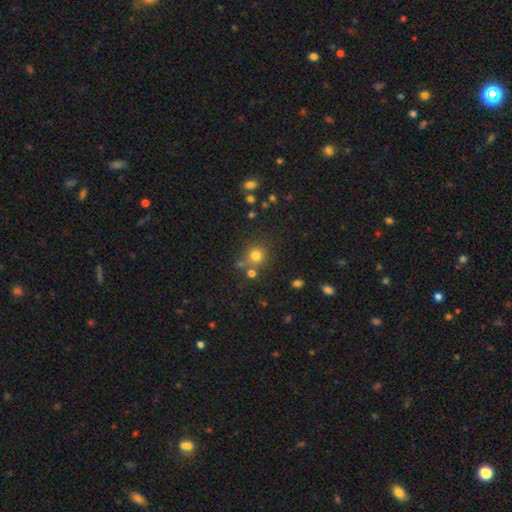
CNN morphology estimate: The model was most divided on "merging": none: 69%, merger: 15%, minor disturbance: 12%, major disturbance: 5%. More confident: how rounded — round (87%); smooth or featured — smooth (76%).